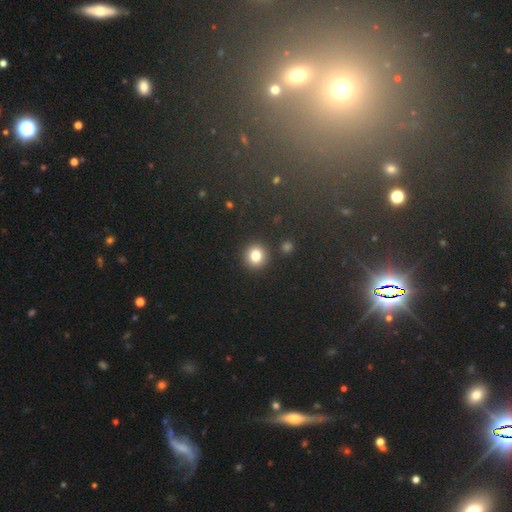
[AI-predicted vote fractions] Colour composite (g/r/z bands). It shows a smooth galaxy with no disk features (80%) that is round (93%). Merging: none (90%).